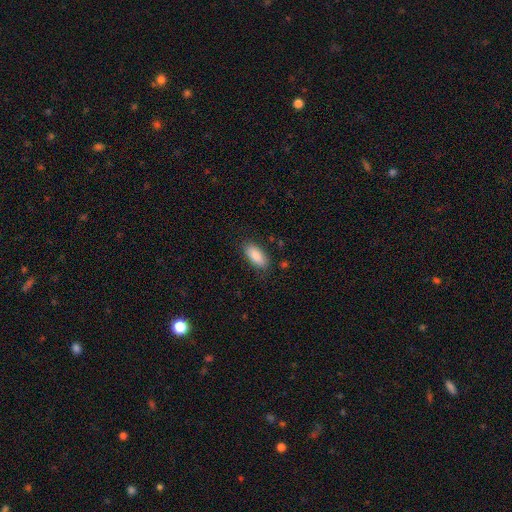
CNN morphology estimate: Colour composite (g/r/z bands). It shows a smooth galaxy with no disk features (87%) that is in between round and cigar-shaped (85%). Merging: none (84%).